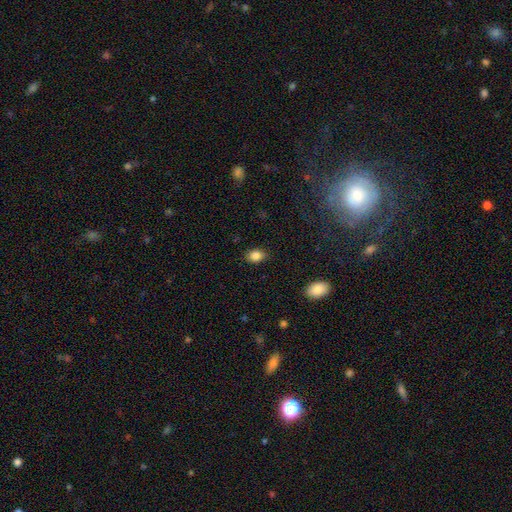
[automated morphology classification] Smooth or featured? Predicted: smooth (p=0.85). How rounded? Predicted: in between (p=0.71). Merging? Predicted: none (p=0.84).